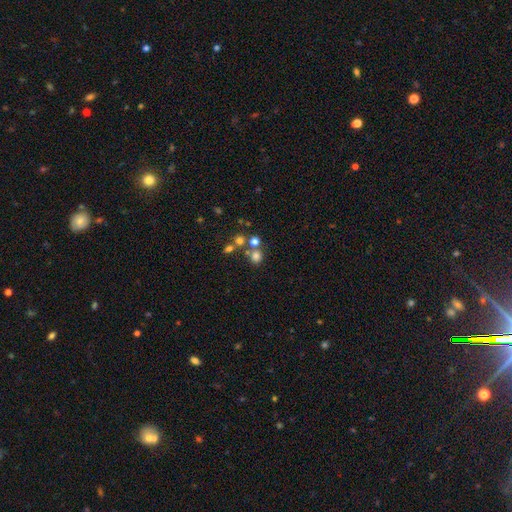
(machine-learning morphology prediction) Smooth or featured? smooth (70%)
How rounded? round (85%)
Merging? none (58%)